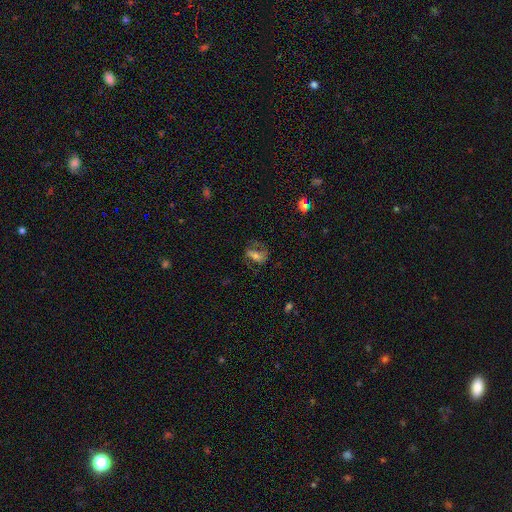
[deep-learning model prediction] smooth_or_featured: featured or disk (p=0.49) [alt: smooth p=0.39]
merging: none (p=0.53) [alt: major disturbance p=0.23]